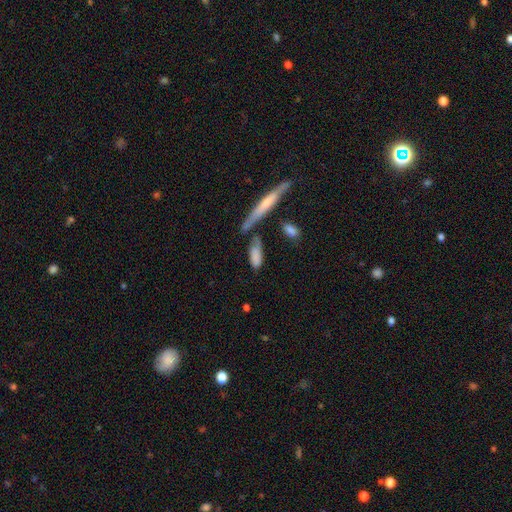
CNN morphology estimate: This appears to be a smooth galaxy with no disk features (78%) that is in between round and cigar-shaped (59%). Merging: none (46%).